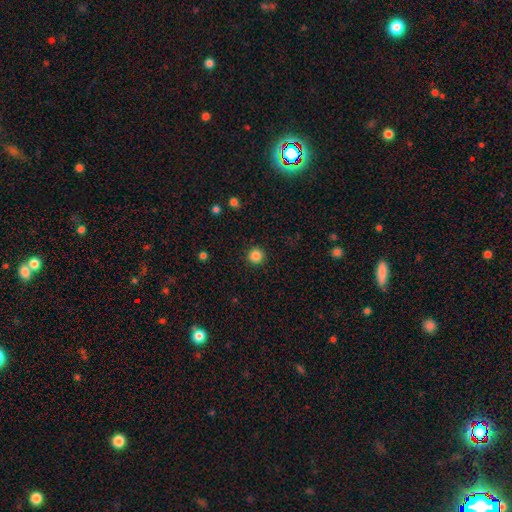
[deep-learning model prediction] Overall: smooth (85%). How rounded: round (96%). Merging: none (92%).